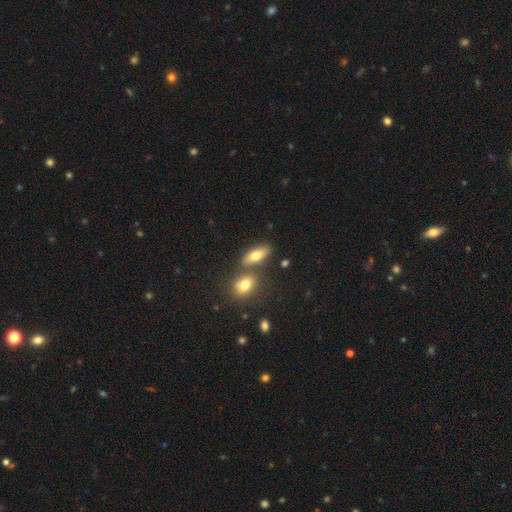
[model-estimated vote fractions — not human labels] smooth 72%, featured or disk 19%, star or artifact 9%. Down the decision tree: how rounded — in between (77%); merging — none (65%).